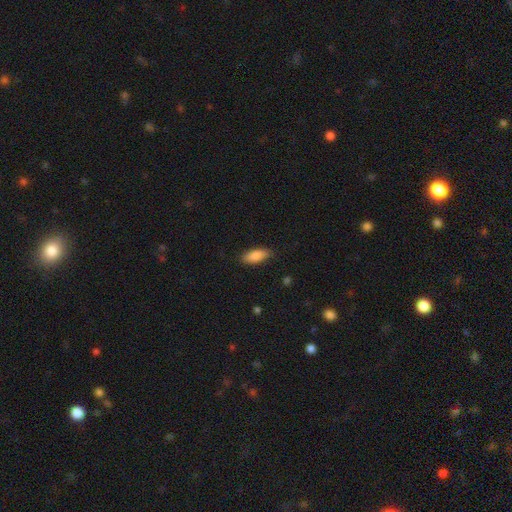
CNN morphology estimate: type=smooth (87%); roundness=in between (79%); merging=none (85%).